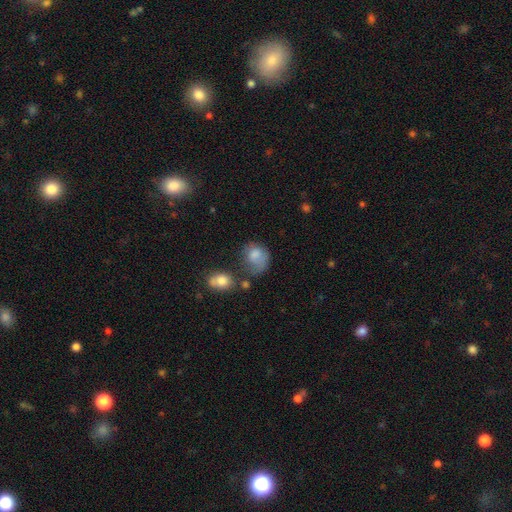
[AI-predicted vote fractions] Smooth or featured? Predicted: smooth (p=0.74). How rounded? Predicted: round (p=0.51). Merging? Predicted: none (p=0.33).